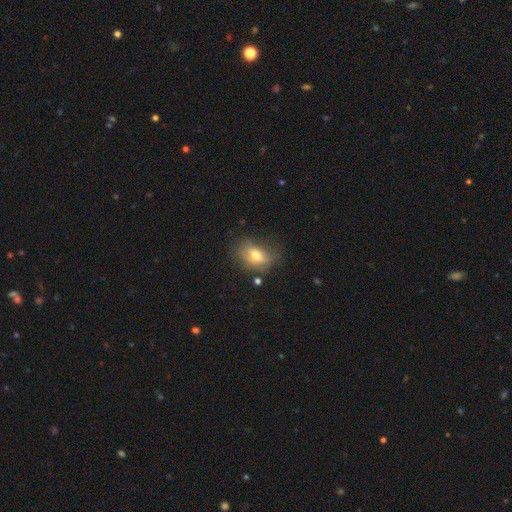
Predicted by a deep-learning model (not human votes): This is likely a smooth galaxy (68%). How rounded: likely in between (78%). Merging: possibly none (60%).